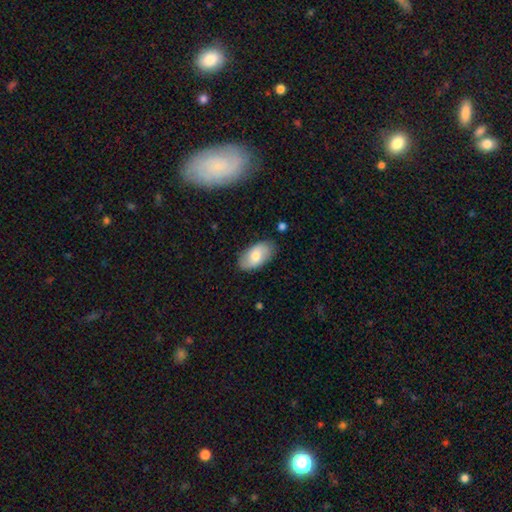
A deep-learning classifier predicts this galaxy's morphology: This is likely a smooth galaxy (65%). How rounded: clearly in between (94%). Merging: clearly none (81%).